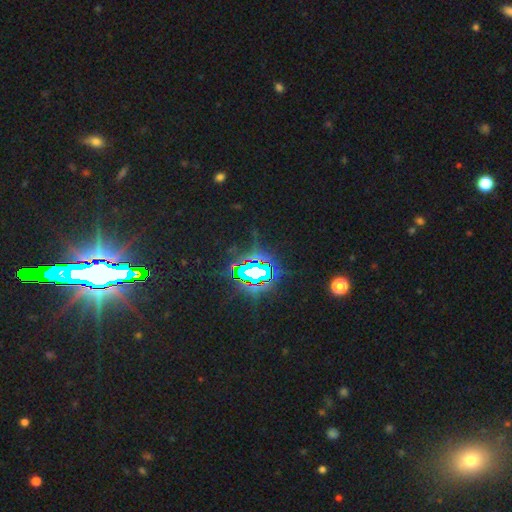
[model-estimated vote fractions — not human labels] The model was most divided on "smooth or featured": star or artifact: 80%, smooth: 10%, featured or disk: 9%.